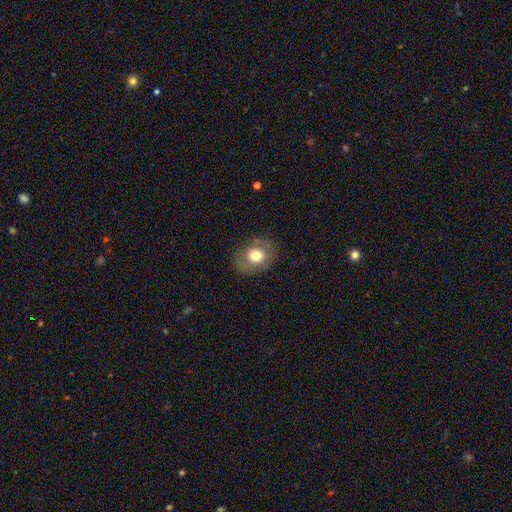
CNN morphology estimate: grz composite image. It shows a smooth galaxy with no disk features (70%) that is in between round and cigar-shaped (52%). Merging: none (81%).